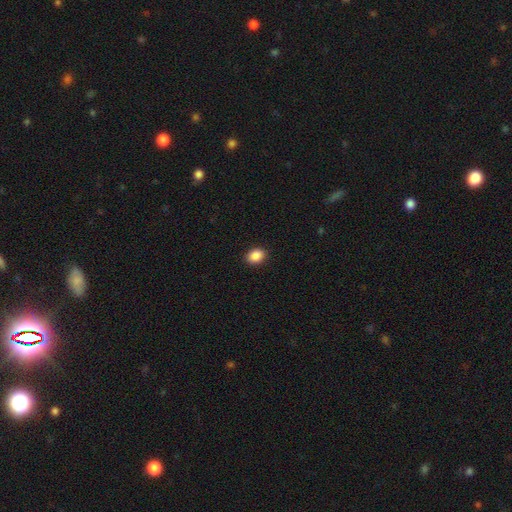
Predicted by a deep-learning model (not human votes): Smooth or featured?
  - smooth: 89% *
  - star or artifact: 8%
  - featured or disk: 3%
How rounded?
  - in between: 65% *
  - round: 34%
  - cigar-shaped: 1%
Merging?
  - none: 90% *
  - minor disturbance: 7%
  - major disturbance: 2%
  - merger: 1%